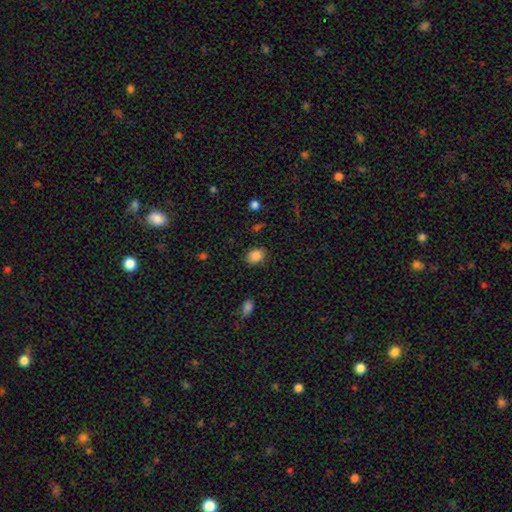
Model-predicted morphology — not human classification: smooth_or_featured: smooth (p=0.85) [alt: star or artifact p=0.09]
how_rounded: round (p=0.50) [alt: in between p=0.49]
merging: none (p=0.85) [alt: minor disturbance p=0.11]